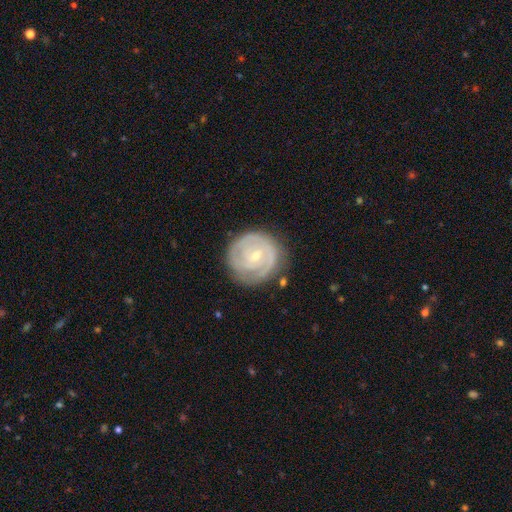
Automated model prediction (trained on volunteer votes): A featured or disk galaxy (81%) with no bar (57%), 2 (46%) tight (74%) spiral arms (92%) and a small central bulge (69%).

Vote fractions:
- Smooth or featured? featured or disk: 81% / smooth: 14% / star or artifact: 5%
- Edge-on disk? no: 98% / yes: 2%
- Bar? no: 57% / weak: 35% / strong: 8%
- Spiral arms? yes: 92% / no: 8%
- Spiral winding? tight: 74% / medium: 21% / loose: 5%
- Spiral arm count? 2: 46% / can't tell: 23% / 3: 15% / 1: 9% / 4: 4% / more than 4: 3%
- Bulge size? small: 69% / moderate: 28% / none: 1% / large: 1% / dominant: 1%
- Merging? none: 77% / minor disturbance: 16% / major disturbance: 5% / merger: 2%